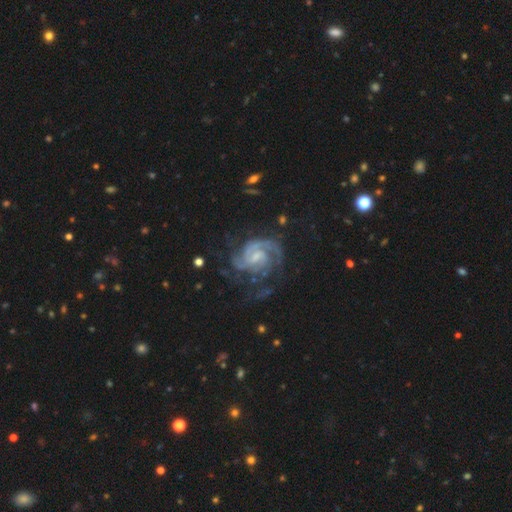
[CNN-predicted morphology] This is clearly a featured or disk galaxy (91%). It is clearly not viewed edge-on (98%). Bar: possibly weak (56%). Spiral arm pattern: clearly yes (98%). Spiral arm count: possibly 2 (51%). Spiral winding: possibly tight (53%). Central bulge: possibly small (46%). Merging: likely none (61%).